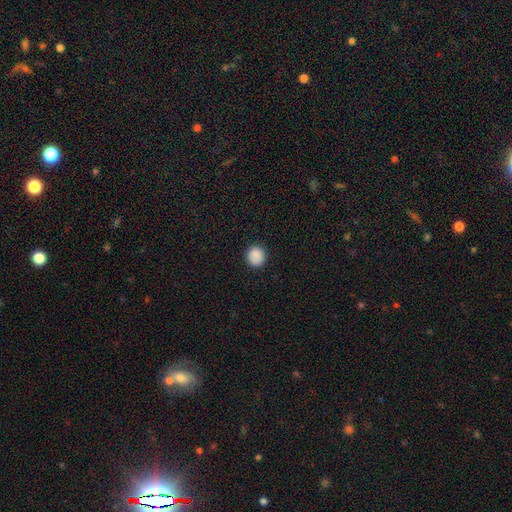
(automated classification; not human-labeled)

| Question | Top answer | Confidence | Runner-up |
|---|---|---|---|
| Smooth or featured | smooth | 89% | star or artifact (9%) |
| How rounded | round | 91% | in between (8%) |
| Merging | none | 91% | minor disturbance (6%) |